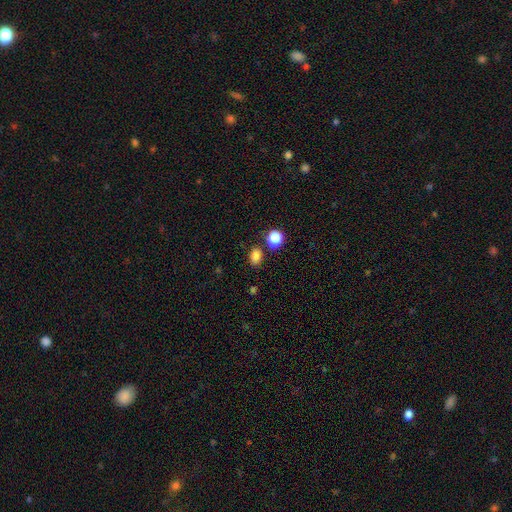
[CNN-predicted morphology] The model was most divided on "how rounded": in between: 66%, round: 33%, cigar-shaped: 1%. More confident: smooth or featured — smooth (83%); merging — none (77%).